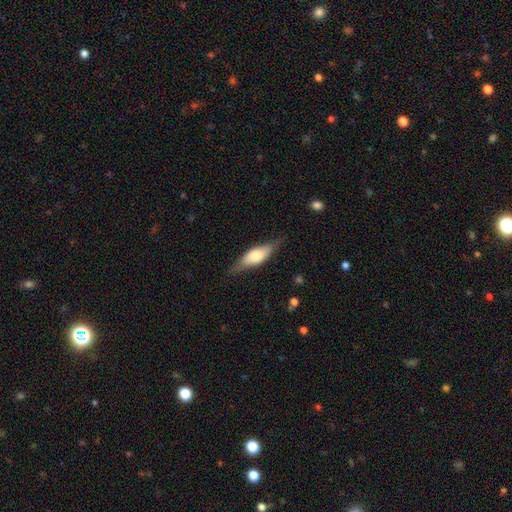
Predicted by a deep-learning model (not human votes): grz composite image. It shows a smooth galaxy with no disk features (59%) that is in between round and cigar-shaped (61%). Merging: none (74%).